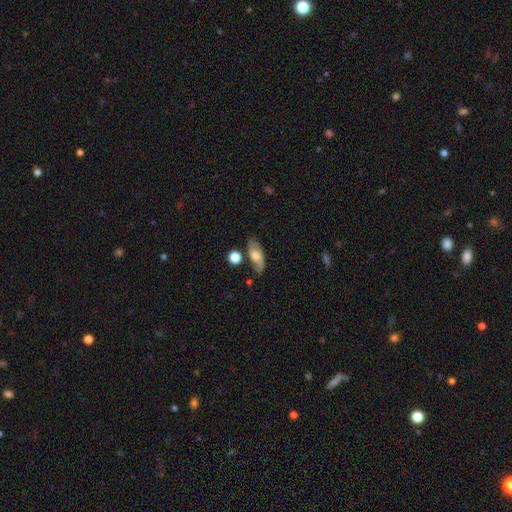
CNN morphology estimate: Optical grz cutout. It shows a smooth galaxy with no disk features (54%) that is in between round and cigar-shaped (74%). Merging: none (71%).